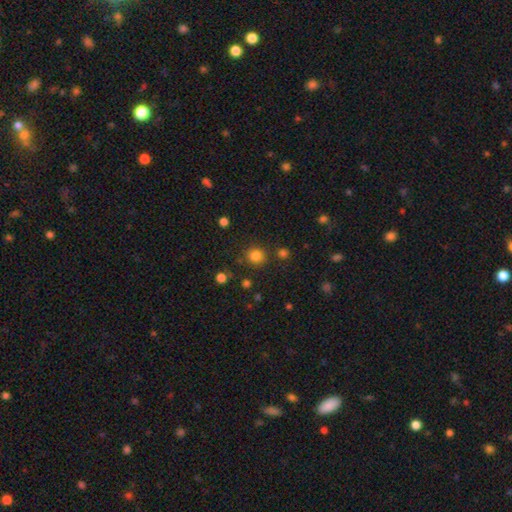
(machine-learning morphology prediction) smooth-or-featured: smooth: 82% | star or artifact: 14% | featured or disk: 4%
  how-rounded: round: 90% | in between: 9% | cigar-shaped: 1%
  merging: none: 85% | minor disturbance: 7% | merger: 4% | major disturbance: 3%